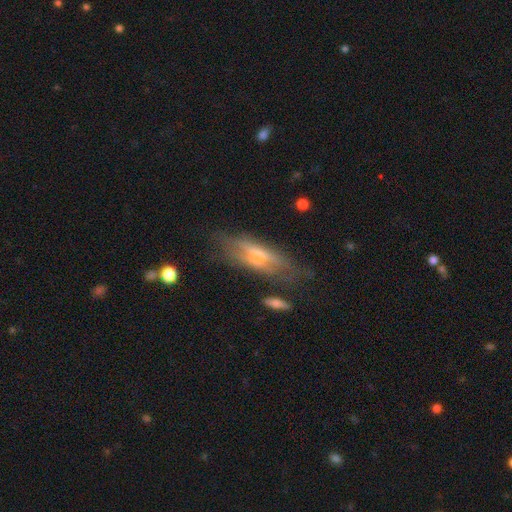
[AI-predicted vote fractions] smooth_or_featured: featured or disk (p=0.56) [alt: smooth p=0.33]
disk_edge_on: yes (p=0.58) [alt: no p=0.42]
merging: none (p=0.66) [alt: minor disturbance p=0.20]